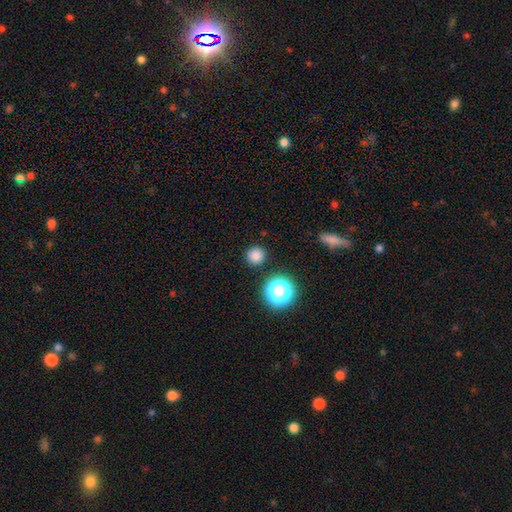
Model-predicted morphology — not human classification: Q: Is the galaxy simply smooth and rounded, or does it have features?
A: smooth — 80%.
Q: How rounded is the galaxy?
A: round — 94%.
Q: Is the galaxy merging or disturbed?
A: none — 89%.